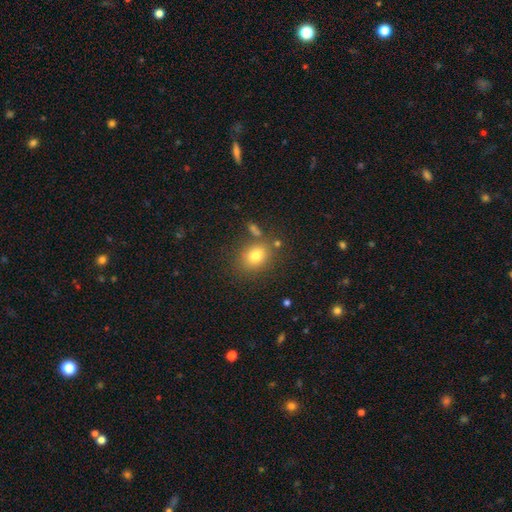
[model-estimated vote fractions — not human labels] This is likely a smooth galaxy (78%). How rounded: possibly in between (54%). Merging: likely none (74%).